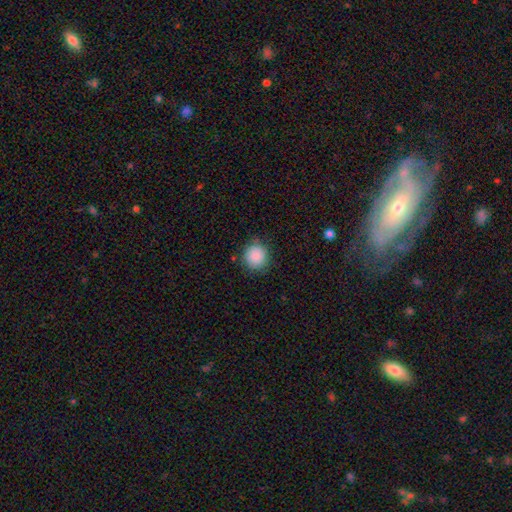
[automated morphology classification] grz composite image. It shows a smooth galaxy with no disk features (88%) that is round (88%). Merging: none (84%).